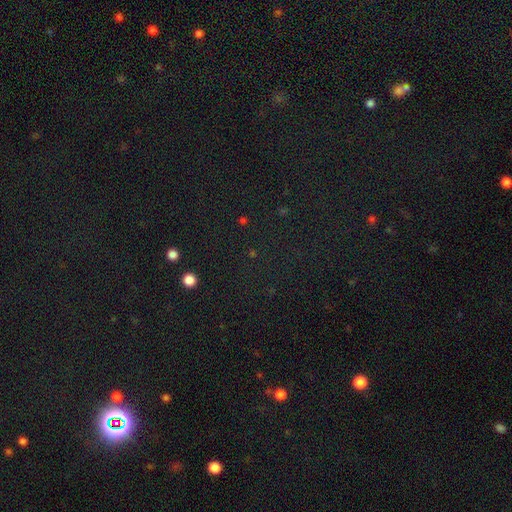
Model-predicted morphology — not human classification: Smooth or featured? star or artifact (79%)